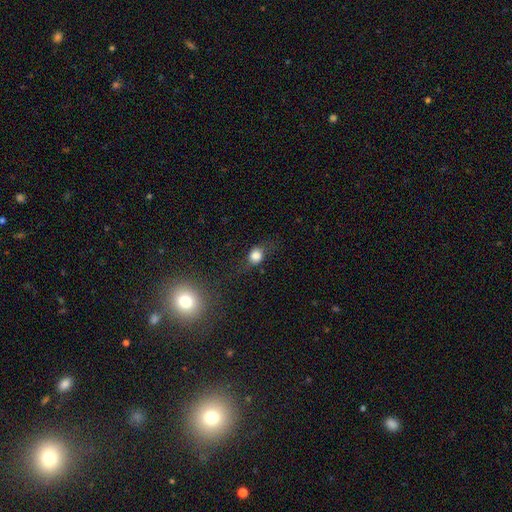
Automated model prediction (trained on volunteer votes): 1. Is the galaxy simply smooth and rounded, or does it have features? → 77% smooth, 13% star or artifact, 11% featured or disk.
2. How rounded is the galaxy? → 63% round, 34% in between, 2% cigar-shaped.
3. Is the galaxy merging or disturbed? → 62% none, 22% minor disturbance, 13% major disturbance, 3% merger.